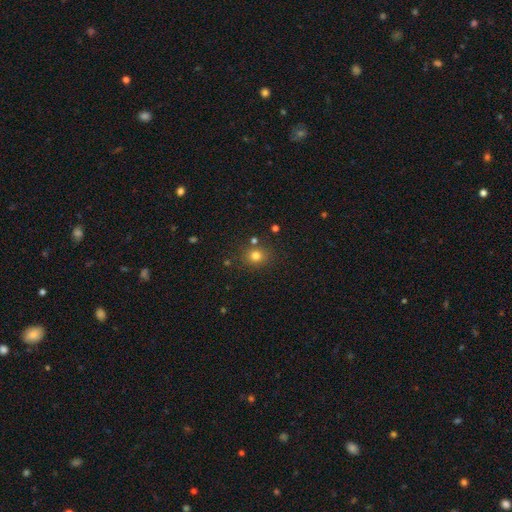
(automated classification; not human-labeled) smooth 78%, star or artifact 15%, featured or disk 7%. Down the decision tree: how rounded — round (79%); merging — none (81%).